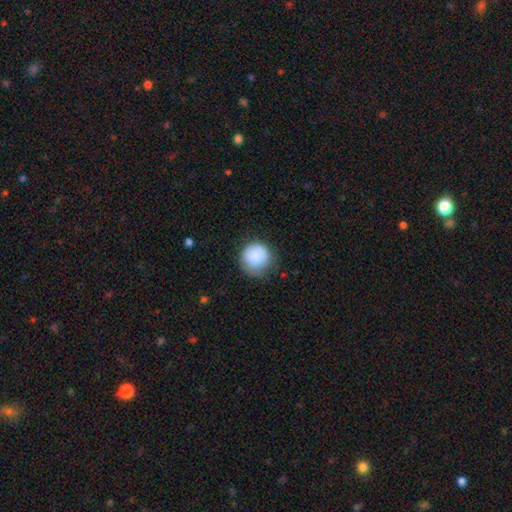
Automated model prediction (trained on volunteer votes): smooth-or-featured: smooth: 87% | star or artifact: 8% | featured or disk: 6%
  how-rounded: round: 93% | in between: 6% | cigar-shaped: 1%
  merging: none: 73% | minor disturbance: 20% | major disturbance: 6% | merger: 1%